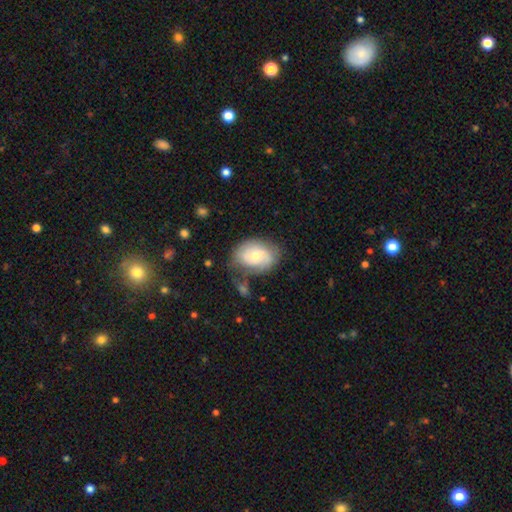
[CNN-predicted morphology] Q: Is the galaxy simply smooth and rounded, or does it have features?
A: featured or disk — 49%.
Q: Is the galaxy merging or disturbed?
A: none — 55%.